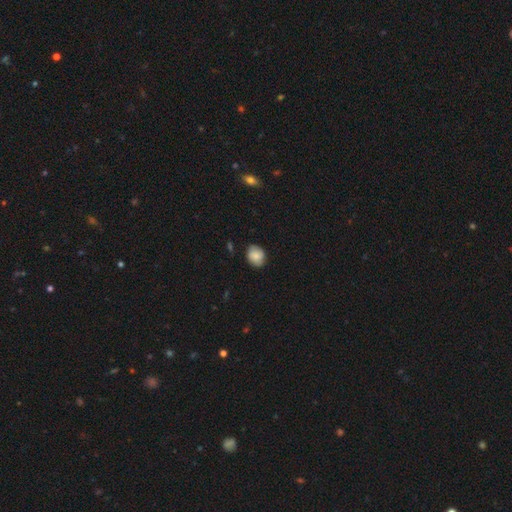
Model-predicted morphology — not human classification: Q: Smooth or featured?
A: smooth (80%); runner-up: featured or disk (12%)
Q: How rounded?
A: round (55%); runner-up: in between (44%)
Q: Merging?
A: none (80%); runner-up: minor disturbance (16%)